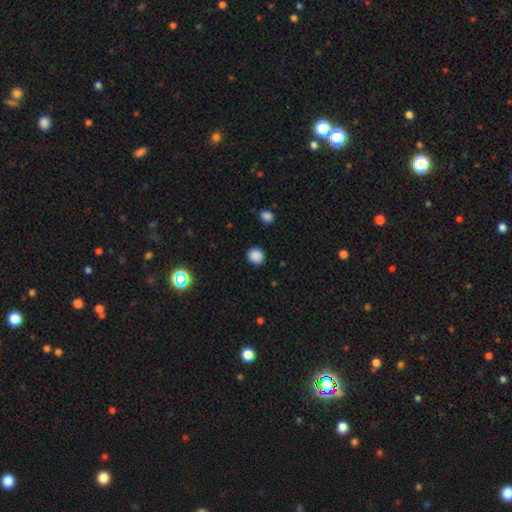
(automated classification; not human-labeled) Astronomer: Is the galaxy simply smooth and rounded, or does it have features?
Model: smooth — 86%.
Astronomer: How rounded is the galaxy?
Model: round — 85%.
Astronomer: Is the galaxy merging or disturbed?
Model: none — 89%.